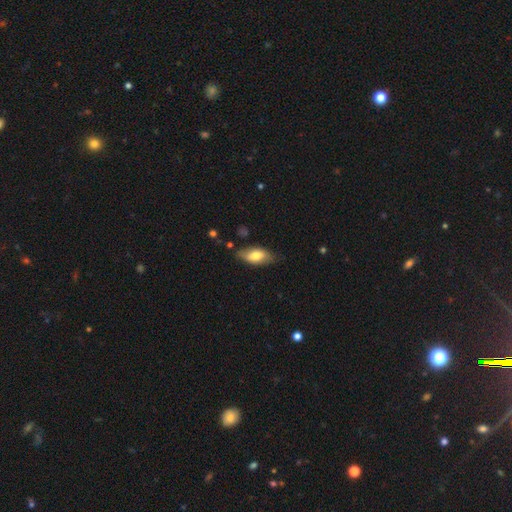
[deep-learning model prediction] Overall: smooth (68%). How rounded: in between (86%). Merging: none (71%).